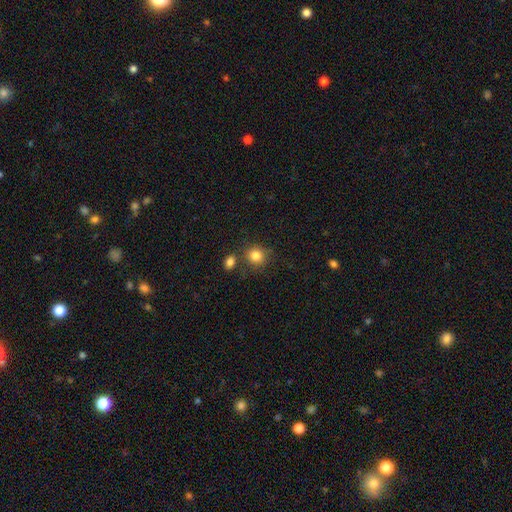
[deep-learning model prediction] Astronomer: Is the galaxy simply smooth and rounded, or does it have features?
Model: smooth — 83%.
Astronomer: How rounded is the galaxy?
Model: round — 84%.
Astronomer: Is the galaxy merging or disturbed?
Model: none — 71%.